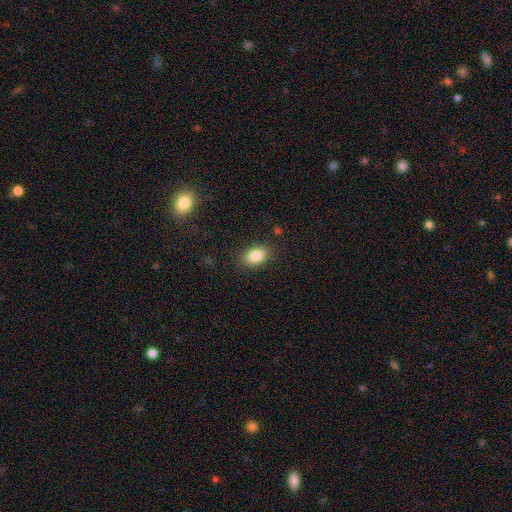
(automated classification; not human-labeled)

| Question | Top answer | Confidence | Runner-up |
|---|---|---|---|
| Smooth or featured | smooth | 85% | star or artifact (8%) |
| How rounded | in between | 88% | round (11%) |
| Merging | none | 85% | minor disturbance (10%) |